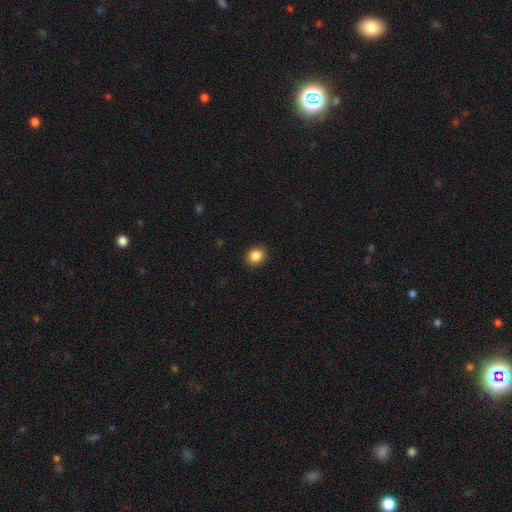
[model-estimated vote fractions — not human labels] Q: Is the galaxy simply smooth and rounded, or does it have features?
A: smooth — 87%.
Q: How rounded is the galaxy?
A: round — 68%.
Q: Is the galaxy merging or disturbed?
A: none — 90%.